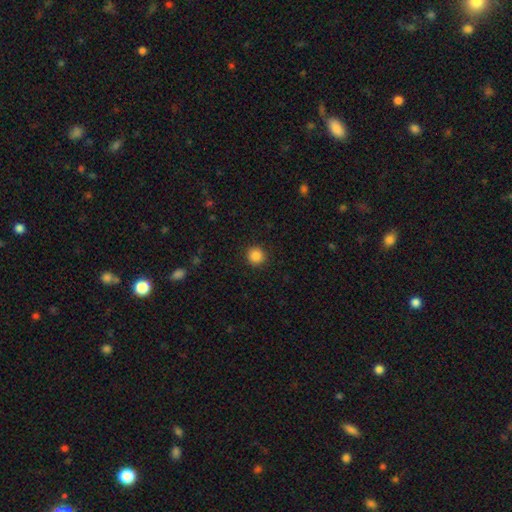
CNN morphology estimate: This is clearly a smooth galaxy (87%). How rounded: clearly round (95%). Merging: clearly none (92%).